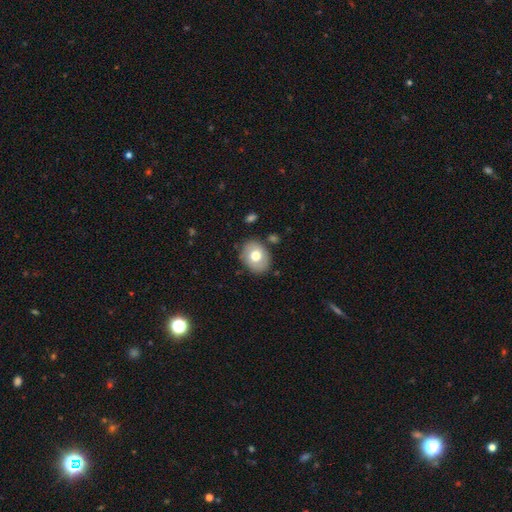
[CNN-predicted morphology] smooth_or_featured: smooth (p=0.68) [alt: featured or disk p=0.25]
how_rounded: in between (p=0.55) [alt: round p=0.45]
merging: none (p=0.83) [alt: minor disturbance p=0.12]